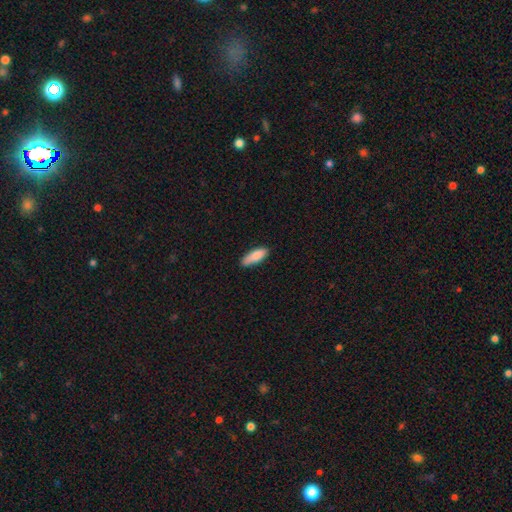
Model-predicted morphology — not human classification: This appears to be a smooth galaxy with no disk features (86%) that is in between round and cigar-shaped (62%). Merging: none (78%).